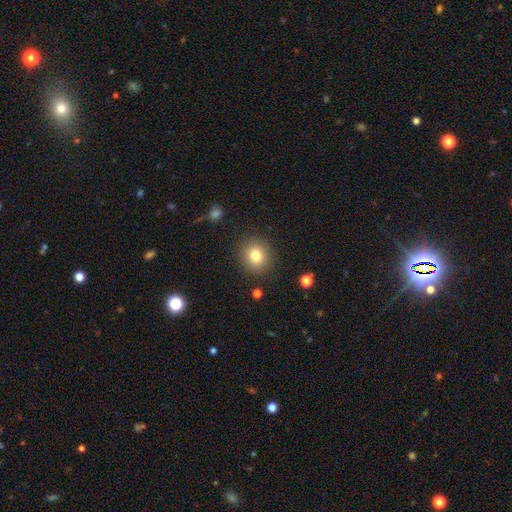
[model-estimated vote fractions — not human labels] smooth_or_featured: smooth (p=0.81) [alt: star or artifact p=0.11]
how_rounded: round (p=0.86) [alt: in between p=0.13]
merging: none (p=0.89) [alt: minor disturbance p=0.07]